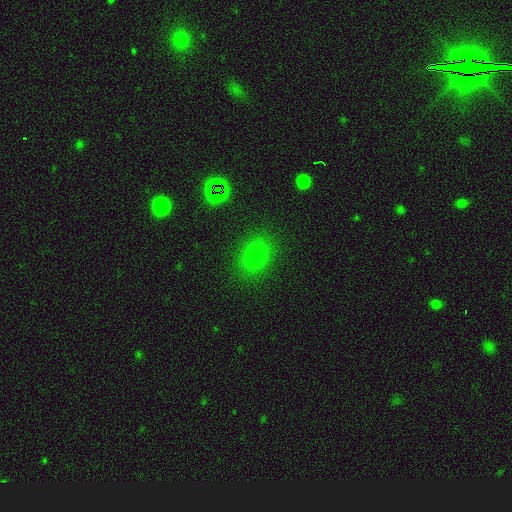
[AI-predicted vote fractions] This appears to be a smooth galaxy with no disk features (73%) that is round (56%). Merging: none (85%).